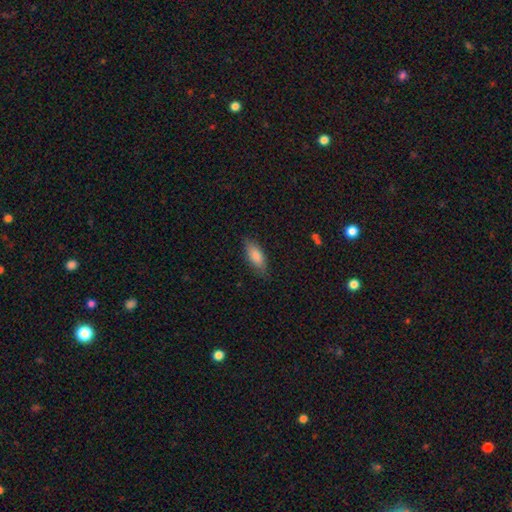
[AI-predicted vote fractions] The model was most divided on "how rounded": in between: 74%, cigar-shaped: 24%, round: 2%. More confident: merging — none (82%); smooth or featured — smooth (81%).